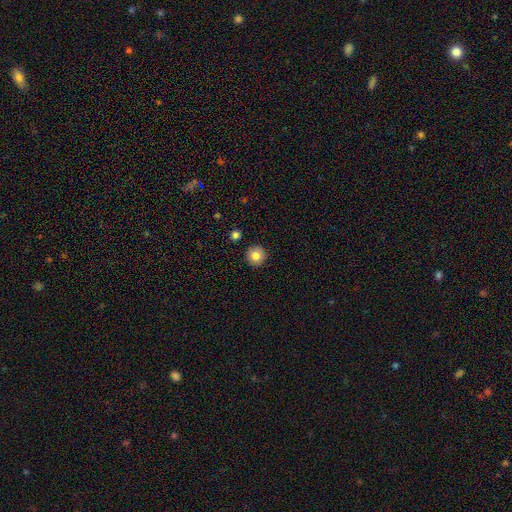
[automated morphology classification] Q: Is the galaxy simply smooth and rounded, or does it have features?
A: smooth — 84%.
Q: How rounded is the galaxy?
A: round — 95%.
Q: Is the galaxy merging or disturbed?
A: none — 91%.